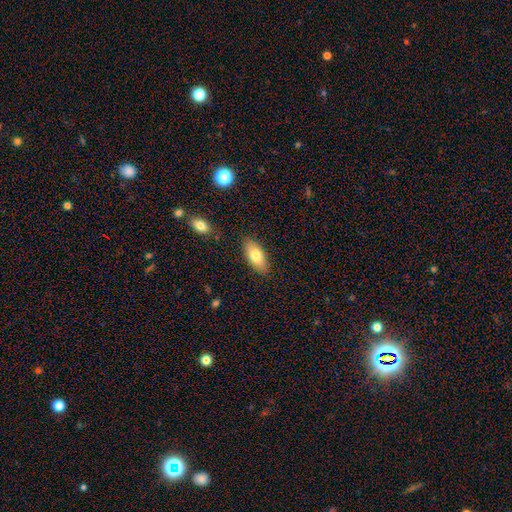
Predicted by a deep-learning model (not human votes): Q: Smooth or featured?
A: smooth (77%); runner-up: featured or disk (16%)
Q: How rounded?
A: in between (86%); runner-up: cigar-shaped (11%)
Q: Merging?
A: none (85%); runner-up: minor disturbance (11%)